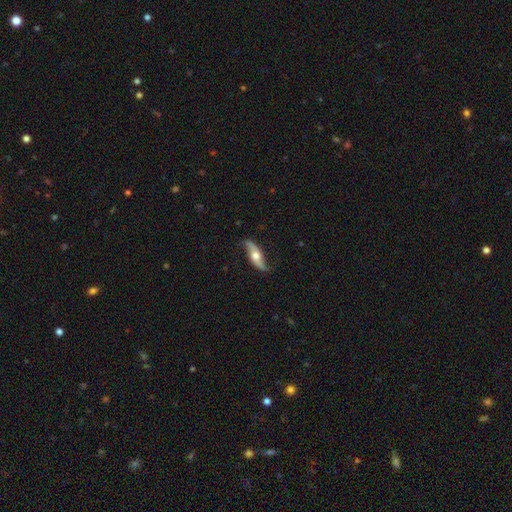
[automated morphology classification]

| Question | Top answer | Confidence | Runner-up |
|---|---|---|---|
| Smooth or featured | featured or disk | 81% | smooth (14%) |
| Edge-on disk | no | 78% | yes (22%) |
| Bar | no | 65% | weak (21%) |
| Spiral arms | yes | 93% | no (7%) |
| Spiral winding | loose | 88% | medium (8%) |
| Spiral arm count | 2 | 94% | can't tell (2%) |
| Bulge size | moderate | 70% | small (15%) |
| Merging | none | 80% | minor disturbance (14%) |